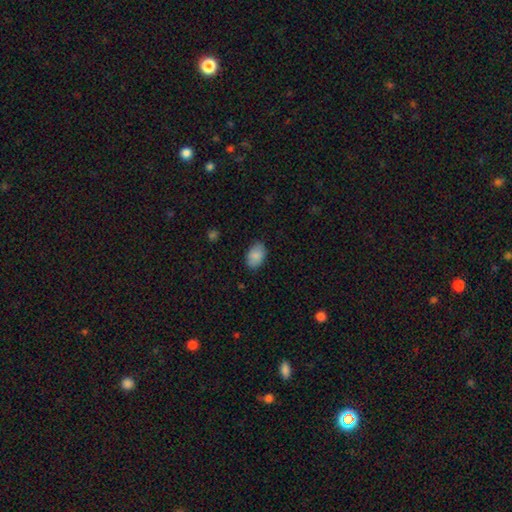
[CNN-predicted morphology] This appears to be a smooth galaxy with no disk features (87%) that is in between round and cigar-shaped (88%). Merging: none (83%).